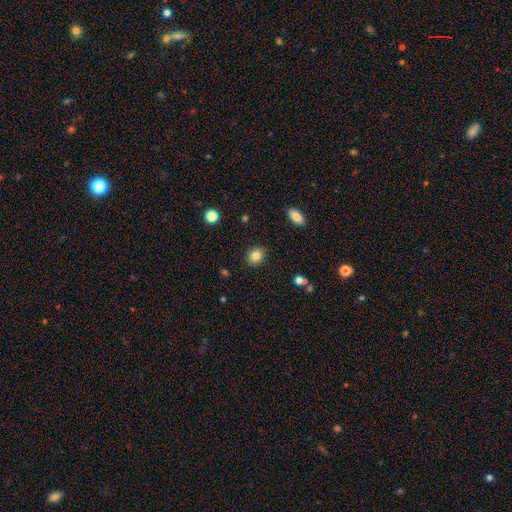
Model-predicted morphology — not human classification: A smooth galaxy with no disk features (83%) that is round (69%). Merging: none (88%).